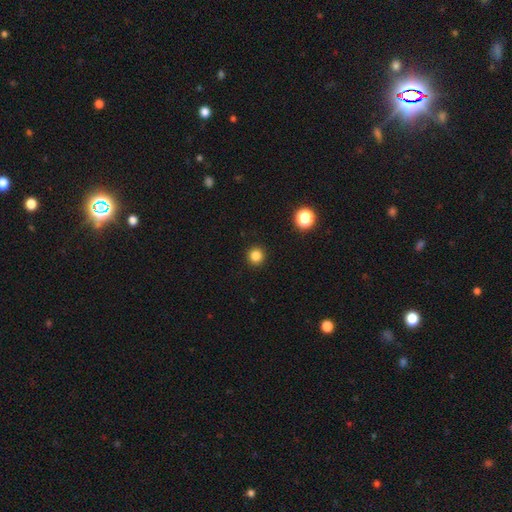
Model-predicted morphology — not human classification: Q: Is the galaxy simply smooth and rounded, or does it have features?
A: smooth — 83%.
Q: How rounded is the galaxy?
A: round — 95%.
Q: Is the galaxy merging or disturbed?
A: none — 93%.